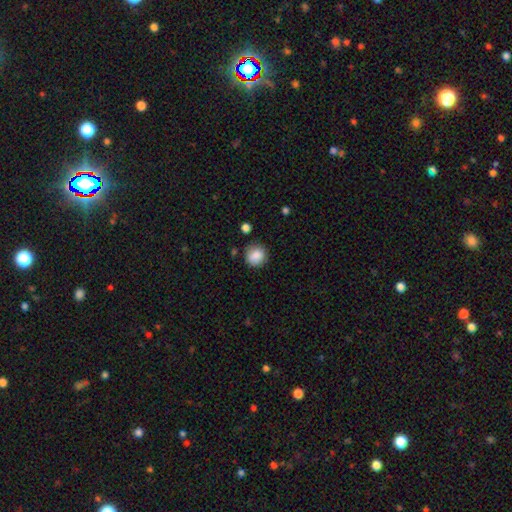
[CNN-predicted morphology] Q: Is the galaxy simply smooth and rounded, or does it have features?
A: smooth — 87%.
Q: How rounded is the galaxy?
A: round — 88%.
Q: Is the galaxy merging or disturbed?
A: none — 83%.